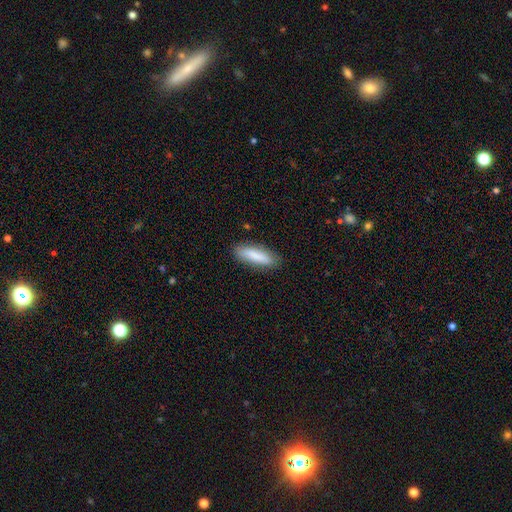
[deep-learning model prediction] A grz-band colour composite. It shows a smooth galaxy with no disk features (84%) that is cigar-shaped (55%). Merging: none (85%).